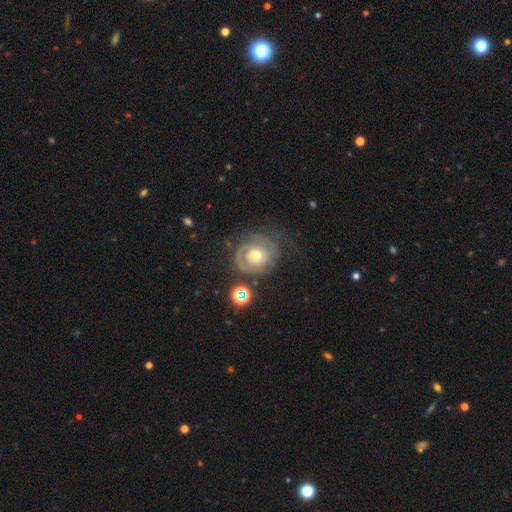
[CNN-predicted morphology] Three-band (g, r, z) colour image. It shows a featured or disk galaxy (71%) with no bar (80%), 1 (33%) tight (69%) spiral arms (84%) and a moderate central bulge (68%). Merging: none (58%).